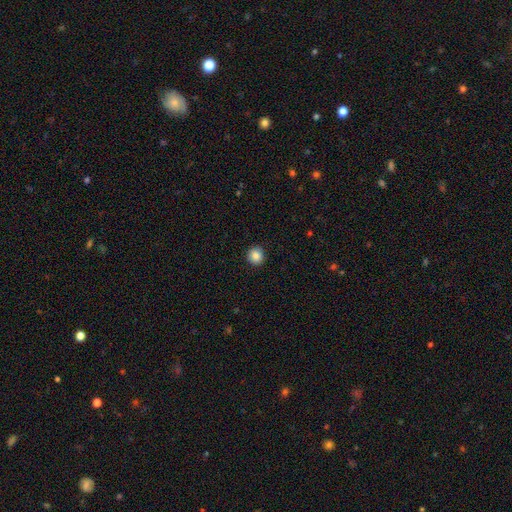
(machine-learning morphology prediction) This appears to be a smooth galaxy with no disk features (86%) that is round (93%). Merging: none (93%).